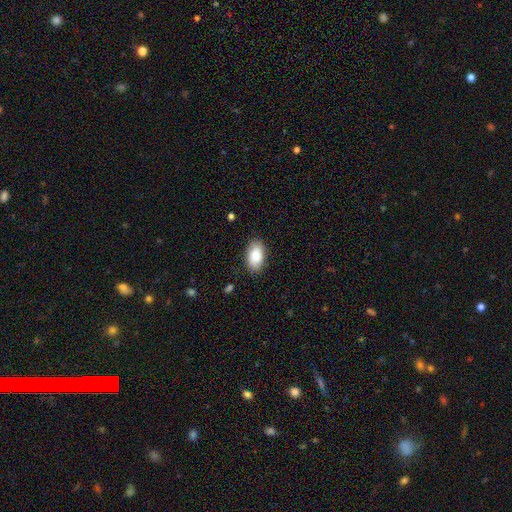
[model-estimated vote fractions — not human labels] smooth 85%, featured or disk 8%, star or artifact 6%. Down the decision tree: how rounded — in between (94%); merging — none (85%).